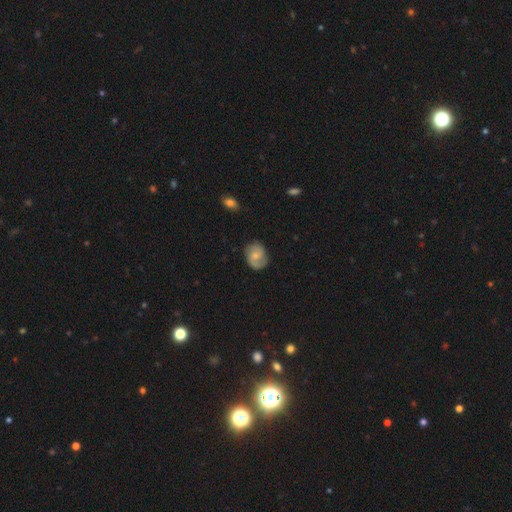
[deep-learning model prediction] A featured or disk galaxy (57%) with no bar (55%), spiral arms (88%) and a small central bulge (52%).

Vote fractions:
- Smooth or featured? featured or disk: 57% / smooth: 36% / star or artifact: 7%
- Edge-on disk? no: 97% / yes: 3%
- Bar? no: 55% / weak: 38% / strong: 6%
- Spiral arms? yes: 88% / no: 12%
- Bulge size? small: 52% / moderate: 40% / none: 6% / large: 2% / dominant: 1%
- Merging? none: 74% / minor disturbance: 19% / major disturbance: 6% / merger: 1%